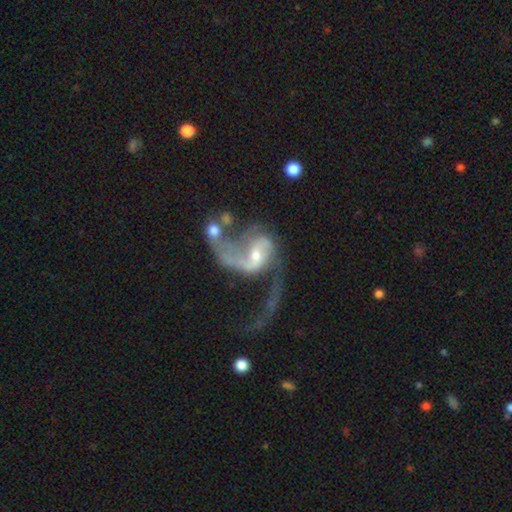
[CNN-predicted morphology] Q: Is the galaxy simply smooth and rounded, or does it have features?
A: featured or disk — 85%.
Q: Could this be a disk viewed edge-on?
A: no — 97%.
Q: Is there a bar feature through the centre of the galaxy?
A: no — 43%.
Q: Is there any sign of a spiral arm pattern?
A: yes — 90%.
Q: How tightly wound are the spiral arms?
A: loose — 75%.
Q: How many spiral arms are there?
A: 2 — 67%.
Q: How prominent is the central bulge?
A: small — 49%.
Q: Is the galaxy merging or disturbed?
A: major disturbance — 43%.